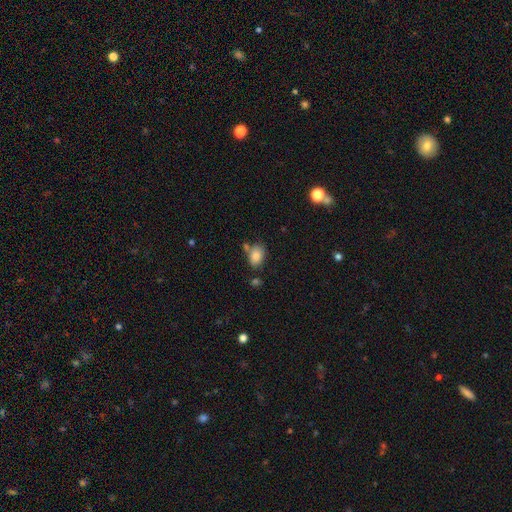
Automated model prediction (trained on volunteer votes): This is clearly a smooth galaxy (84%). How rounded: clearly in between (80%). Merging: likely none (66%).